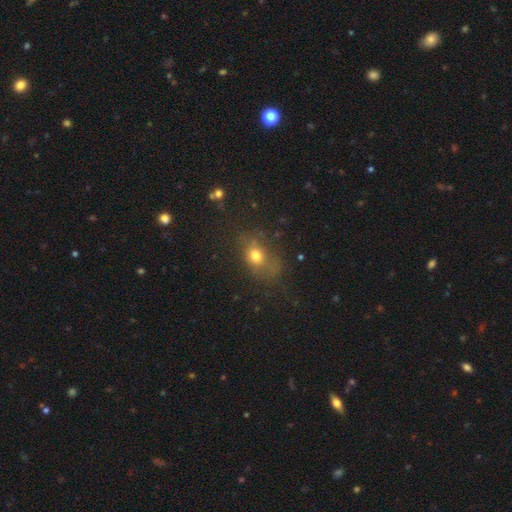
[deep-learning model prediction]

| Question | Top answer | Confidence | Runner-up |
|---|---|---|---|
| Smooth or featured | smooth | 68% | star or artifact (16%) |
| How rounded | in between | 58% | round (39%) |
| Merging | none | 54% | minor disturbance (24%) |